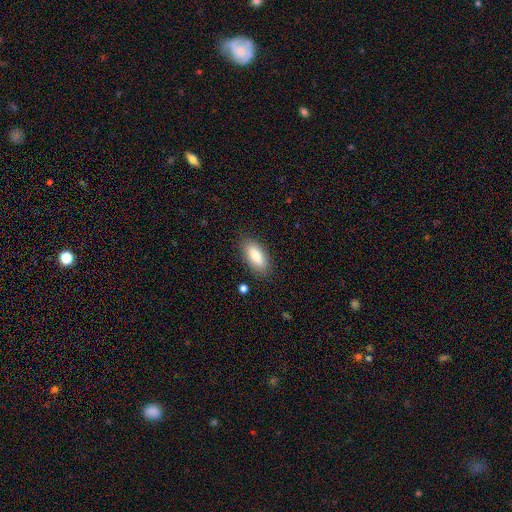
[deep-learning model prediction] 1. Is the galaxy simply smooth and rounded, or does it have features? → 84% smooth, 9% featured or disk, 7% star or artifact.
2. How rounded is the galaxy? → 84% in between, 14% cigar-shaped, 2% round.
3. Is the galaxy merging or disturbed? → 85% none, 11% minor disturbance, 3% major disturbance, 1% merger.